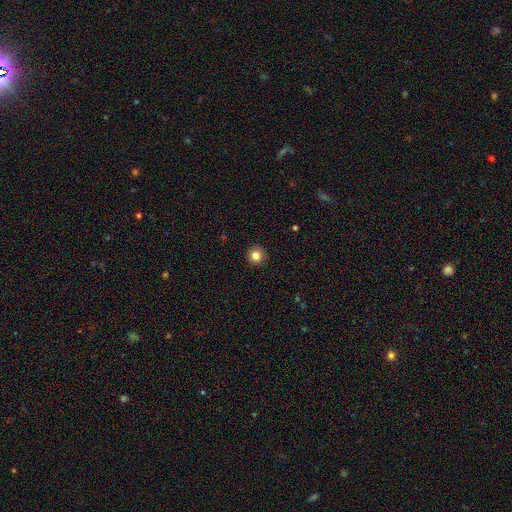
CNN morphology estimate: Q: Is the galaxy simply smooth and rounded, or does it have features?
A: smooth — 84%.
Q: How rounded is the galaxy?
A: round — 95%.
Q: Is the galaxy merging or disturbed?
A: none — 93%.